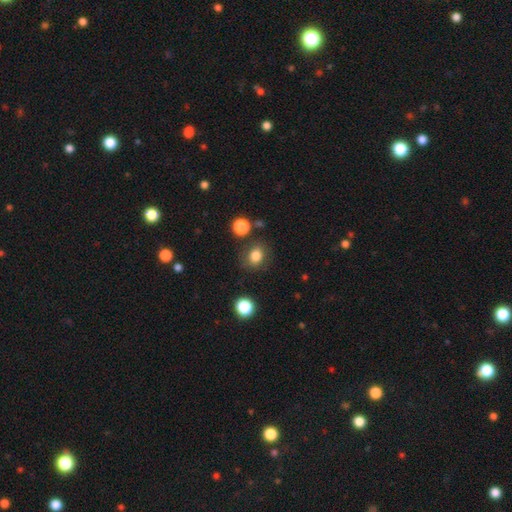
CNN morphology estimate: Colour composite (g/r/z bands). It shows a smooth galaxy with no disk features (82%) that is round (62%). Merging: none (80%).